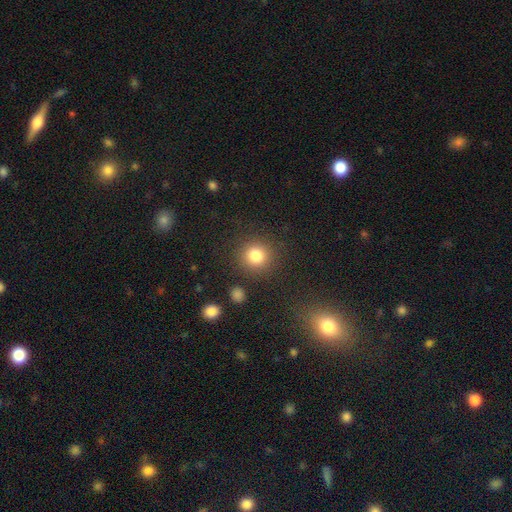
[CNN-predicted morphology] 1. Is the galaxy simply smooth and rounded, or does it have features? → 82% smooth, 12% star or artifact, 6% featured or disk.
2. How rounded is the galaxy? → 91% round, 8% in between, 1% cigar-shaped.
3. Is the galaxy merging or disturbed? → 87% none, 7% minor disturbance, 3% major disturbance, 3% merger.